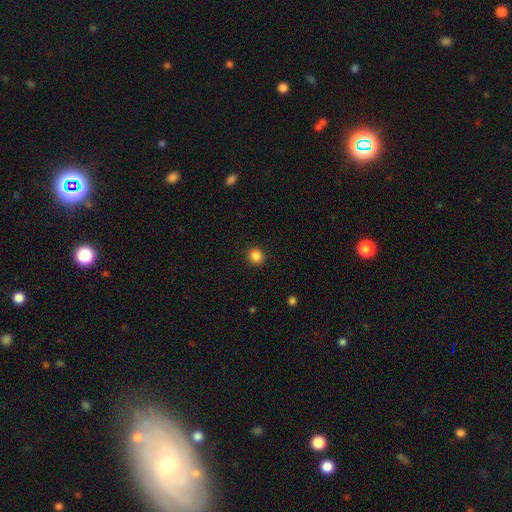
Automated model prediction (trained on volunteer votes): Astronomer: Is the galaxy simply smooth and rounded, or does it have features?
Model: smooth — 85%.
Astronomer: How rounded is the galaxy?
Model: round — 79%.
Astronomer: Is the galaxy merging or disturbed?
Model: none — 89%.